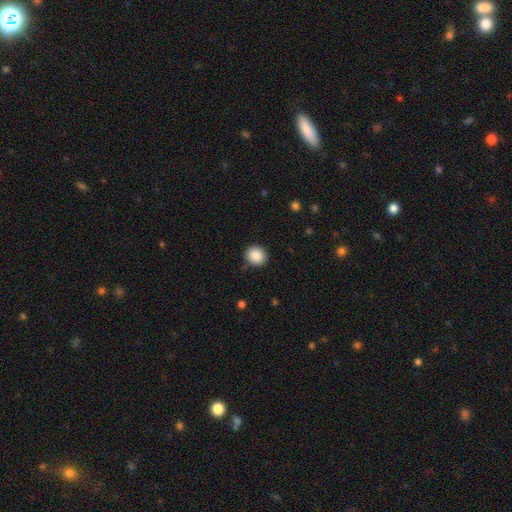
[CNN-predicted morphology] Smooth or featured?
  - smooth: 87% *
  - star or artifact: 9%
  - featured or disk: 5%
How rounded?
  - round: 87% *
  - in between: 12%
  - cigar-shaped: 1%
Merging?
  - none: 90% *
  - minor disturbance: 7%
  - major disturbance: 2%
  - merger: 1%